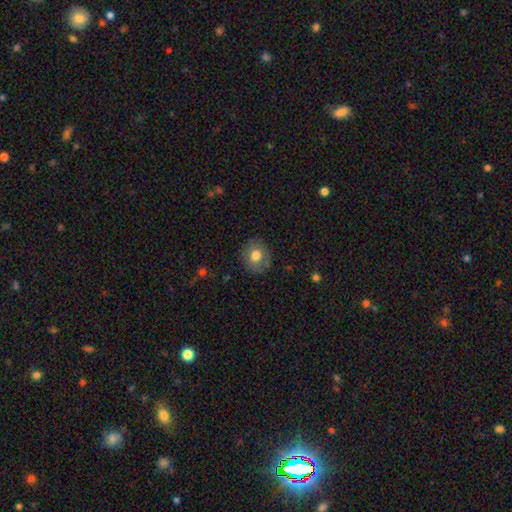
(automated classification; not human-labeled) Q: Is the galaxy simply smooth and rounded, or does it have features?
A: smooth — 73%.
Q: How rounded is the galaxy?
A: round — 76%.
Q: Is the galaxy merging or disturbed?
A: none — 84%.